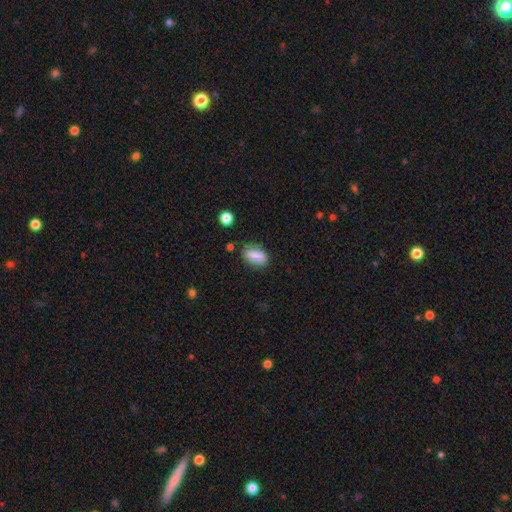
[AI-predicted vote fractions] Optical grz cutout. It shows a smooth galaxy with no disk features (81%) that is in between round and cigar-shaped (80%). Merging: none (77%).